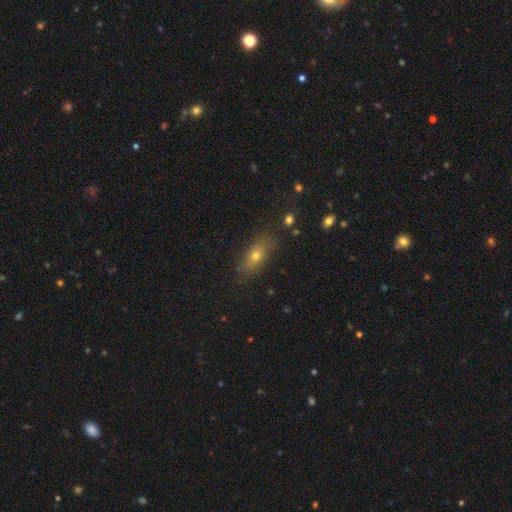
A smooth galaxy with no disk features (74%) that is in between round and cigar-shaped (48%).

Vote fractions:
- Smooth or featured? smooth: 74% / featured or disk: 18% / star or artifact: 8%
- How rounded? in between: 48% / cigar-shaped: 45% / round: 7%
- Merging? none: 89% / minor disturbance: 6% / merger: 6% / major disturbance: 0%